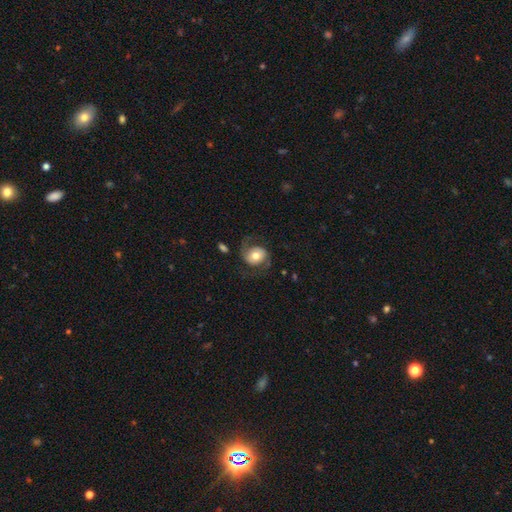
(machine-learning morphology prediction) smooth_or_featured: featured or disk (p=0.57) [alt: smooth p=0.35]
disk_edge_on: no (p=0.97) [alt: yes p=0.03]
bar: no (p=0.64) [alt: weak p=0.25]
has_spiral_arms: yes (p=0.84) [alt: no p=0.16]
bulge_size: moderate (p=0.66) [alt: large p=0.18]
merging: none (p=0.65) [alt: minor disturbance p=0.17]